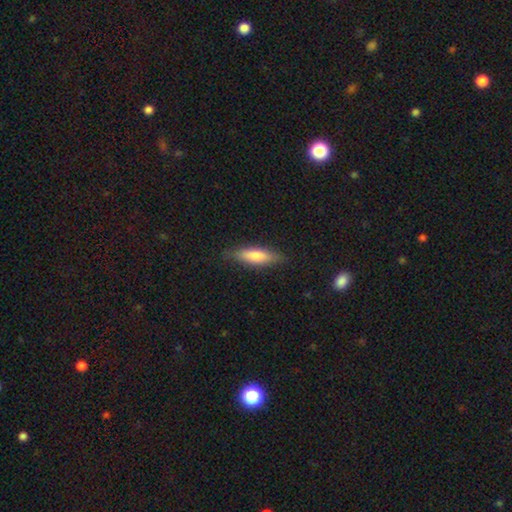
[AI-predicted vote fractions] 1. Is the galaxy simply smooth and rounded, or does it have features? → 73% smooth, 21% featured or disk, 6% star or artifact.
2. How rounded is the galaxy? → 57% cigar-shaped, 41% in between, 2% round.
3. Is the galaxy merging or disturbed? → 82% none, 14% minor disturbance, 3% major disturbance, 1% merger.